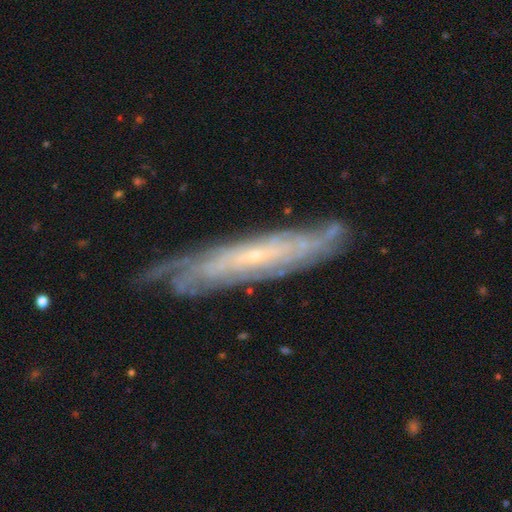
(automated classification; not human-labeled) smooth_or_featured: featured or disk (p=0.81) [alt: smooth p=0.13]
disk_edge_on: no (p=0.58) [alt: yes p=0.42]
merging: none (p=0.73) [alt: minor disturbance p=0.19]